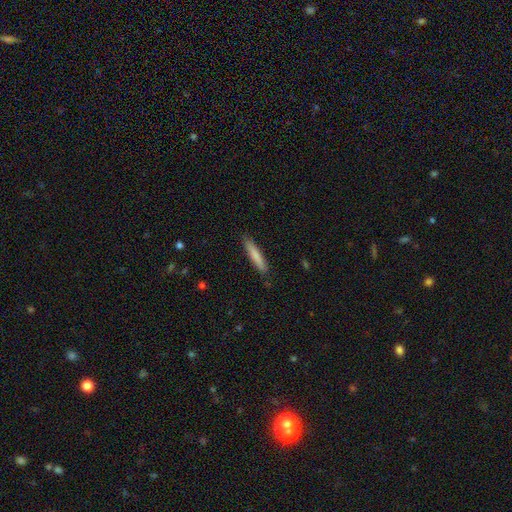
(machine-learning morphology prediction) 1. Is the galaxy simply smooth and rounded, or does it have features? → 79% smooth, 15% featured or disk, 6% star or artifact.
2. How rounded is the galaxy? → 92% cigar-shaped, 7% in between, 1% round.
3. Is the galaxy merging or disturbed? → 88% none, 9% minor disturbance, 2% major disturbance, 1% merger.